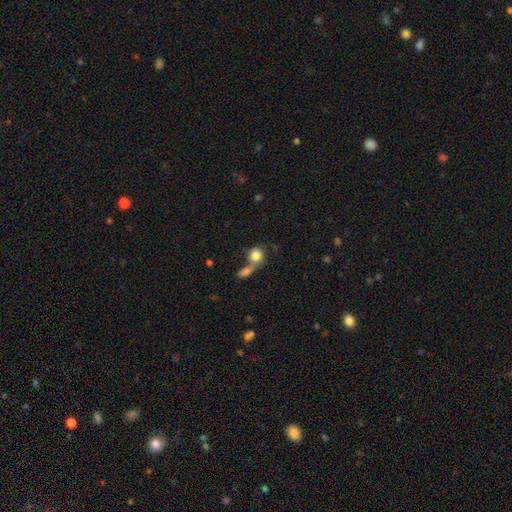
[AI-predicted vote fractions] This appears to be a smooth galaxy with no disk features (80%) that is round (78%). Merging: merger (55%).